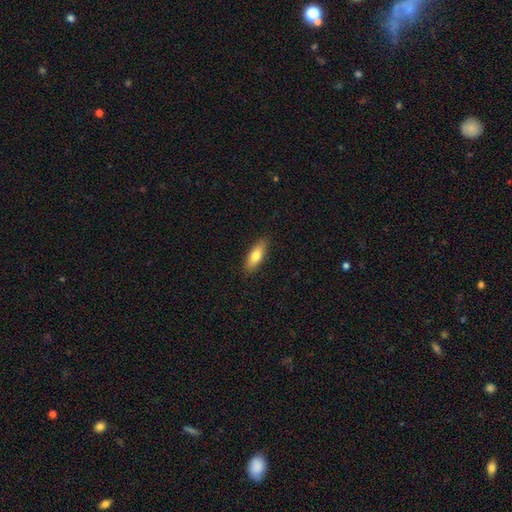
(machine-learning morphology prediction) The model was most divided on "how rounded": in between: 61%, cigar-shaped: 36%, round: 3%. More confident: merging — none (88%); smooth or featured — smooth (73%).